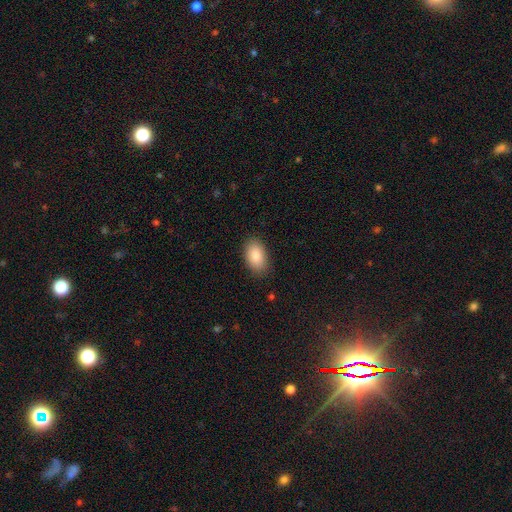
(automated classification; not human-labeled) Q: Smooth or featured?
A: smooth (89%); runner-up: star or artifact (6%)
Q: How rounded?
A: in between (93%); runner-up: round (5%)
Q: Merging?
A: none (86%); runner-up: minor disturbance (10%)